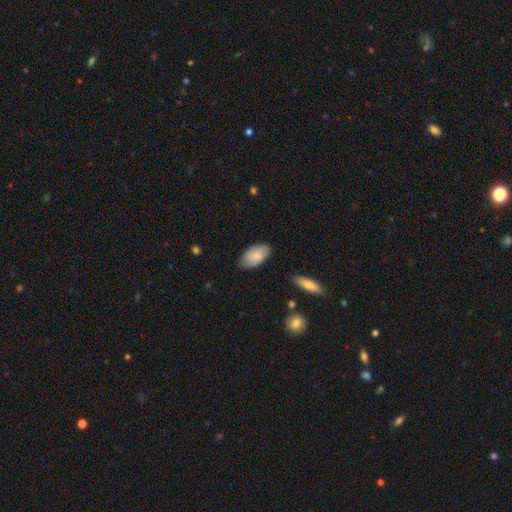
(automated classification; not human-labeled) Morphology: type=smooth (81%); roundness=in between (95%); merging=none (79%).